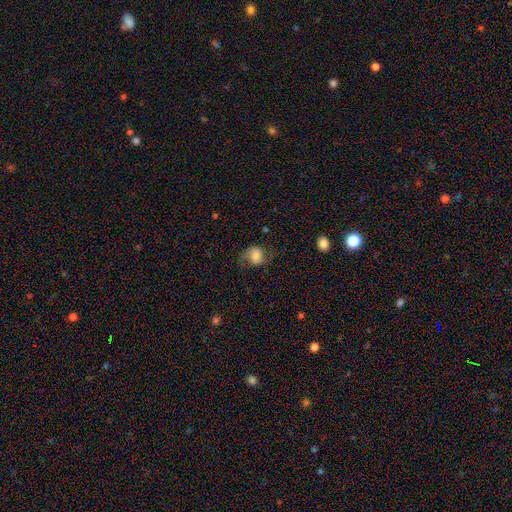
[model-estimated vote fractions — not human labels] Overall: smooth (62%; featured or disk 28%). How rounded: round (55%; in between 44%). Merging: none (54%; minor disturbance 26%).